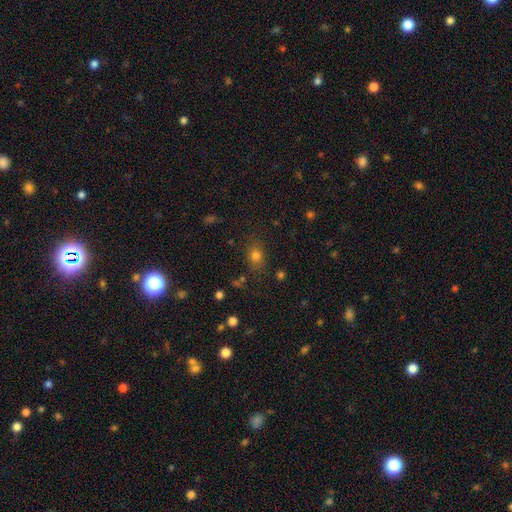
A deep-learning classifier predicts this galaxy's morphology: Smooth or featured: smooth — 75% (star or artifact — 17%)
How rounded: in between — 56% (round — 42%)
Merging: none — 79% (minor disturbance — 13%)